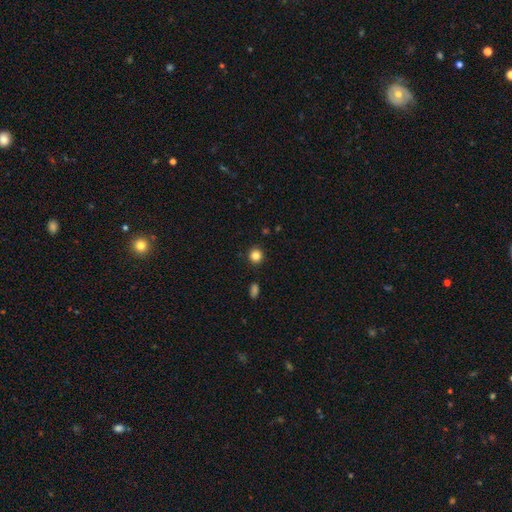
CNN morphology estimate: Q: Smooth or featured?
A: smooth (85%); runner-up: star or artifact (11%)
Q: How rounded?
A: round (92%); runner-up: in between (7%)
Q: Merging?
A: none (91%); runner-up: minor disturbance (6%)